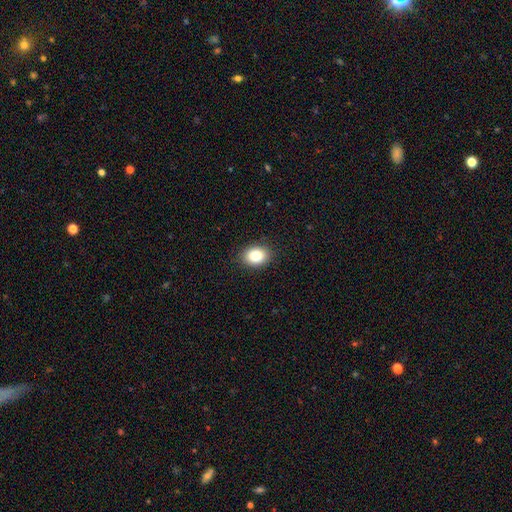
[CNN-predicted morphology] Smooth or featured? smooth (85%)
How rounded? in between (64%)
Merging? none (89%)